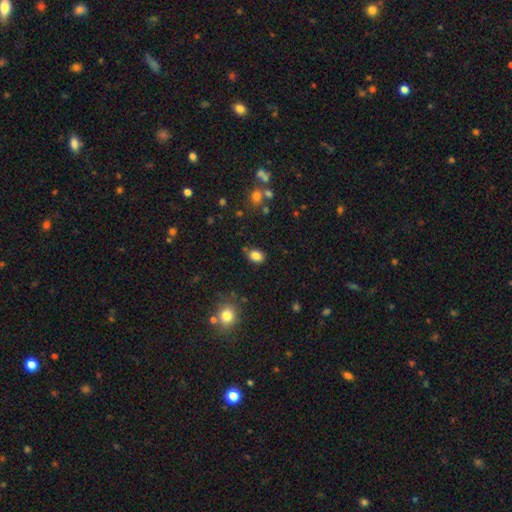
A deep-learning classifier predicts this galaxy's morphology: smooth_or_featured: smooth (p=0.84) [alt: star or artifact p=0.10]
how_rounded: in between (p=0.72) [alt: round p=0.27]
merging: none (p=0.80) [alt: minor disturbance p=0.13]